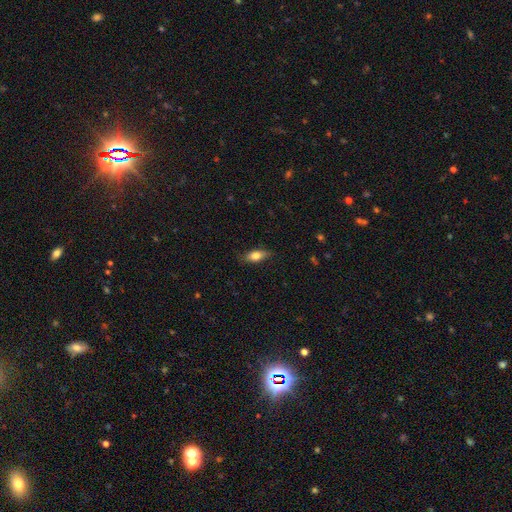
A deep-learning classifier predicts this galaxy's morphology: Smooth or featured? Predicted: smooth (p=0.76). How rounded? Predicted: in between (p=0.79). Merging? Predicted: none (p=0.83).